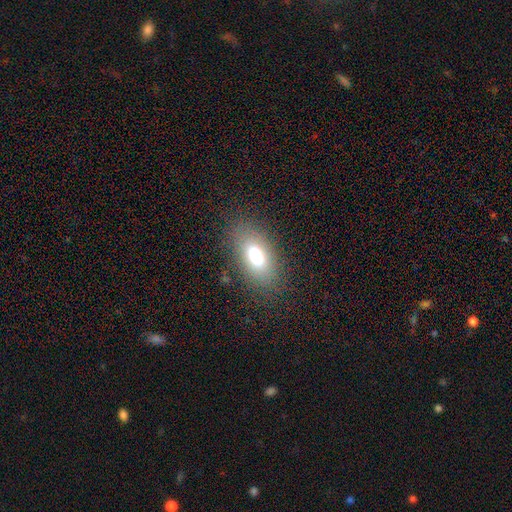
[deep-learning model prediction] This appears to be a smooth galaxy with no disk features (76%) that is in between round and cigar-shaped (90%). Merging: none (81%).